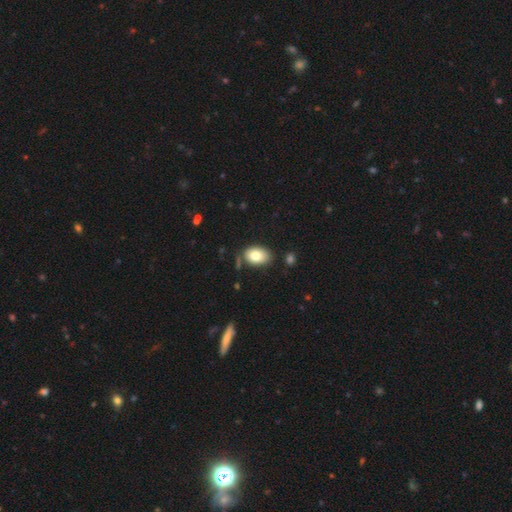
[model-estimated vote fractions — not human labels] This is likely a smooth galaxy (79%). How rounded: clearly in between (85%). Merging: likely none (77%).